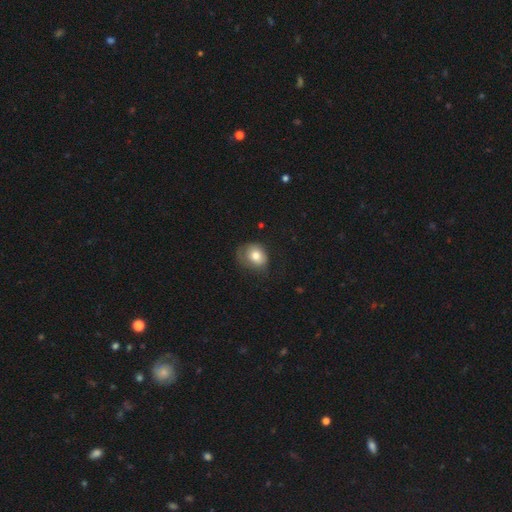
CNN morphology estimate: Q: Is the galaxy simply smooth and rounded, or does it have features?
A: smooth — 75%.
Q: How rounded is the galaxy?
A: round — 55%.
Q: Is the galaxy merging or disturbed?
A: none — 48%.